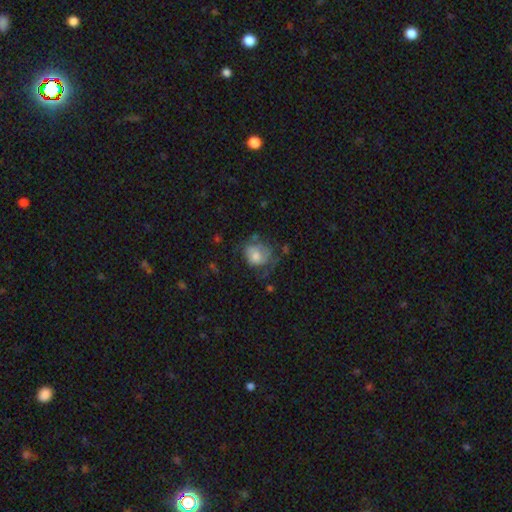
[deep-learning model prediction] The model was most divided on "merging": none: 40%, minor disturbance: 30%, major disturbance: 26%, merger: 4%. More confident: smooth or featured — smooth (64%); how rounded — round (63%).